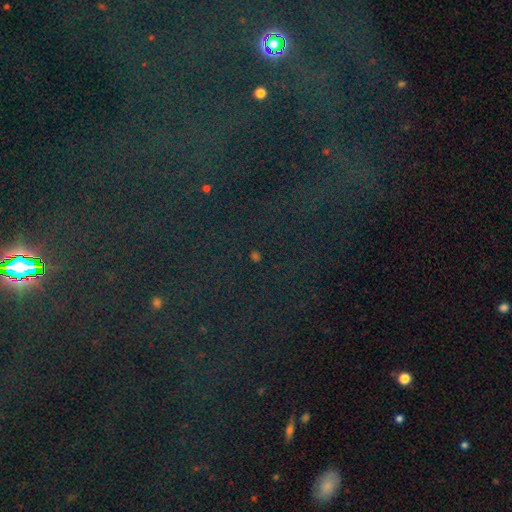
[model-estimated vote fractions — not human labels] A star or artifact, not a galaxy (80%).